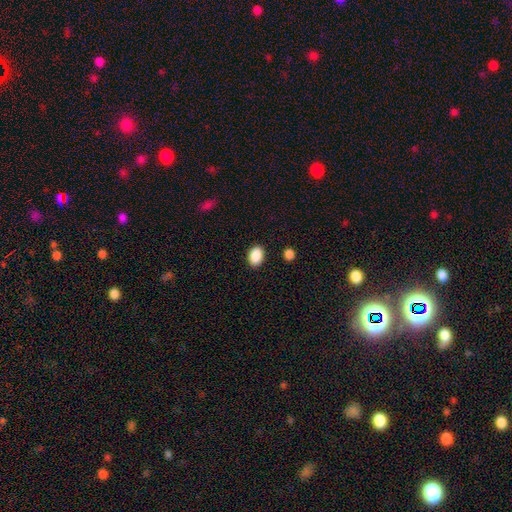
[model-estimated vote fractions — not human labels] Q: Smooth or featured?
A: smooth (89%); runner-up: star or artifact (8%)
Q: How rounded?
A: in between (82%); runner-up: round (17%)
Q: Merging?
A: none (88%); runner-up: minor disturbance (8%)